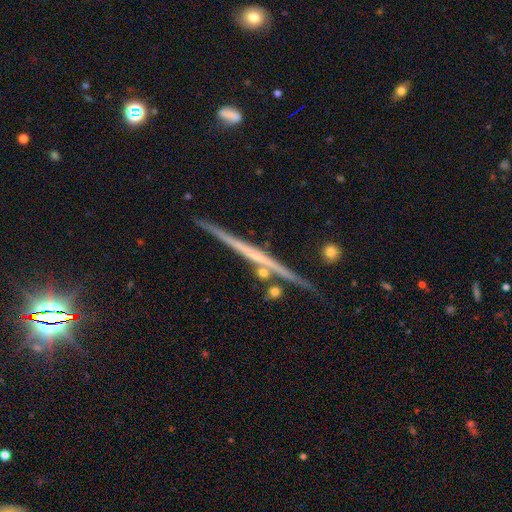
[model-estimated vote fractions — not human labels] smooth-or-featured: featured or disk: 74% | smooth: 19% | star or artifact: 7%
  disk-edge-on: yes: 98% | no: 2%
    edge-on-bulge: none: 74% | rounded: 19% | boxy: 7%
  merging: none: 85% | minor disturbance: 9% | merger: 4% | major disturbance: 2%